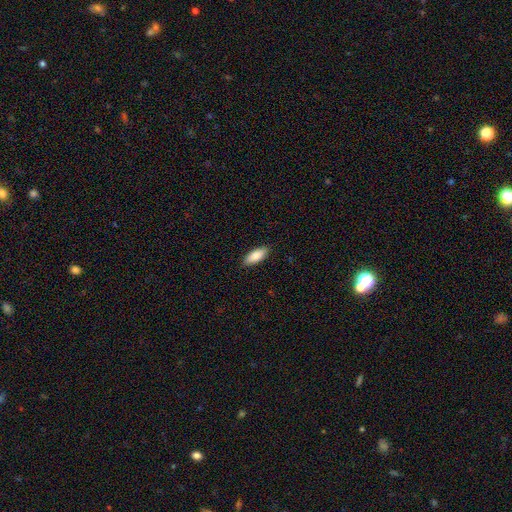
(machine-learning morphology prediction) Overall: smooth (85%). How rounded: in between (79%). Merging: none (89%).